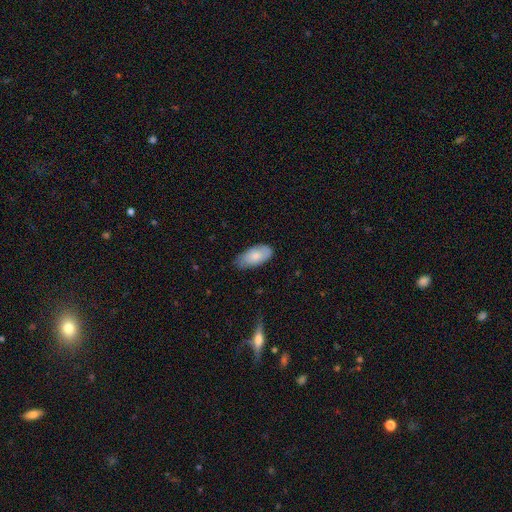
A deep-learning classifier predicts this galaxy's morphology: Smooth or featured? Predicted: smooth (p=0.78). How rounded? Predicted: in between (p=0.94). Merging? Predicted: none (p=0.65).